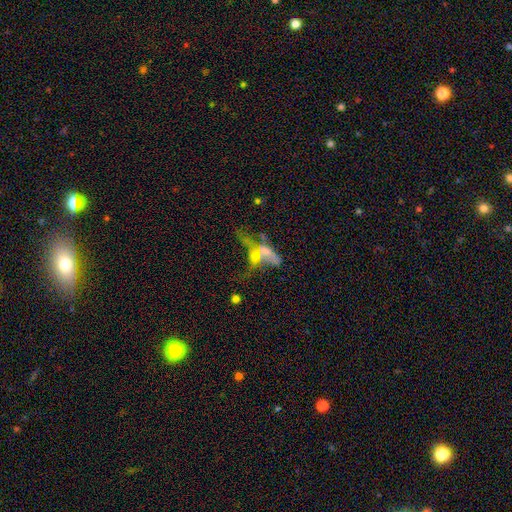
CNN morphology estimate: Smooth or featured? featured or disk (46%)
Merging? merger (57%)